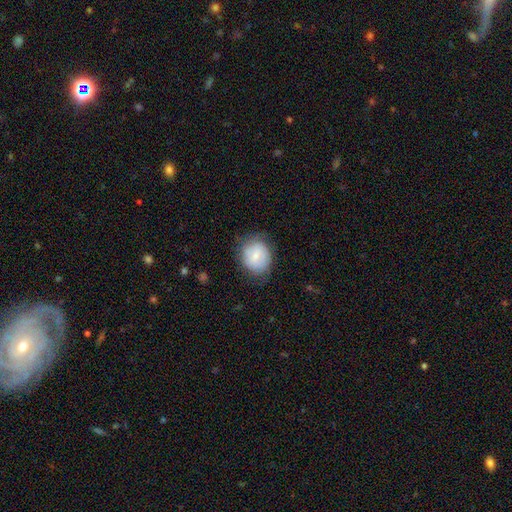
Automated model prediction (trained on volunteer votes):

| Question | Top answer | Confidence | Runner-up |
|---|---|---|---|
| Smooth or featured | smooth | 63% | featured or disk (29%) |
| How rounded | round | 66% | in between (34%) |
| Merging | none | 68% | minor disturbance (23%) |